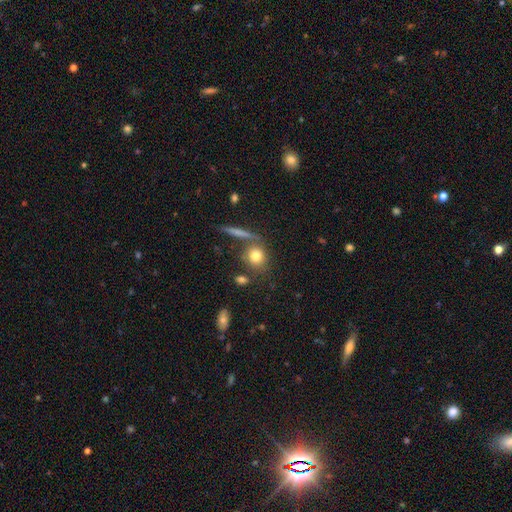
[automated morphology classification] Smooth or featured? smooth (78%)
How rounded? round (76%)
Merging? none (69%)